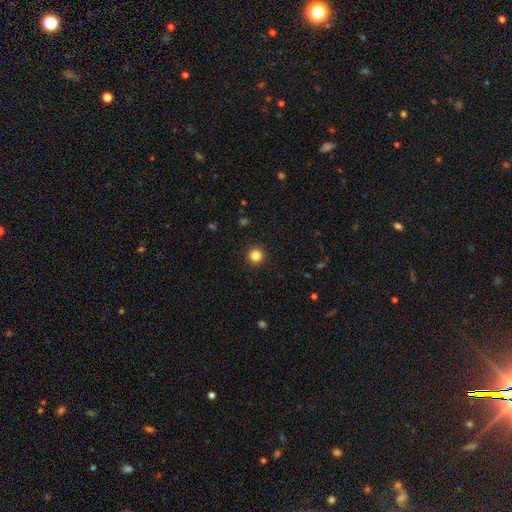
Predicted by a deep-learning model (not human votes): Q: Smooth or featured?
A: smooth (83%); runner-up: star or artifact (12%)
Q: How rounded?
A: round (96%); runner-up: in between (3%)
Q: Merging?
A: none (93%); runner-up: minor disturbance (4%)